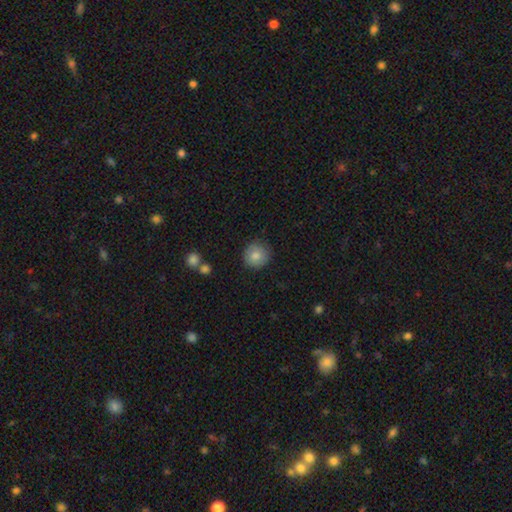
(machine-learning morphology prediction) Smooth or featured? Predicted: smooth (p=0.83). How rounded? Predicted: round (p=0.92). Merging? Predicted: none (p=0.86).